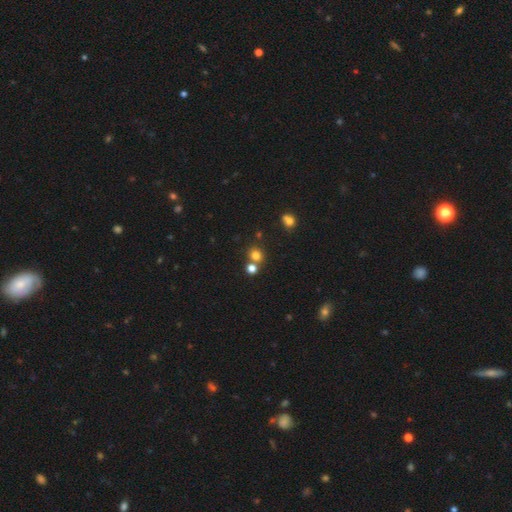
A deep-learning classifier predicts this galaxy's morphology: A smooth galaxy with no disk features (76%) that is round (83%). Merging: none (65%).